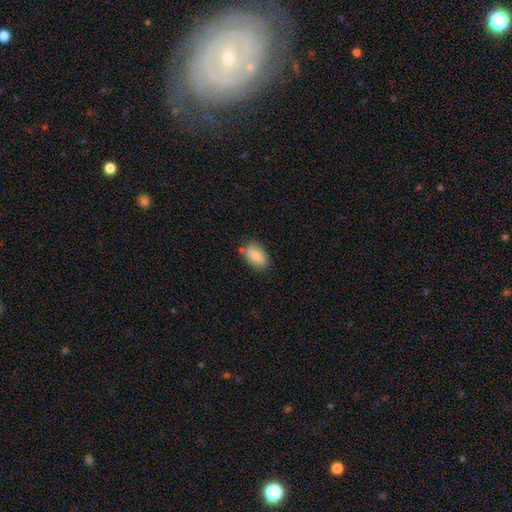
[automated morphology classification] smooth 83%, featured or disk 10%, star or artifact 7%. Down the decision tree: how rounded — in between (90%); merging — none (76%).